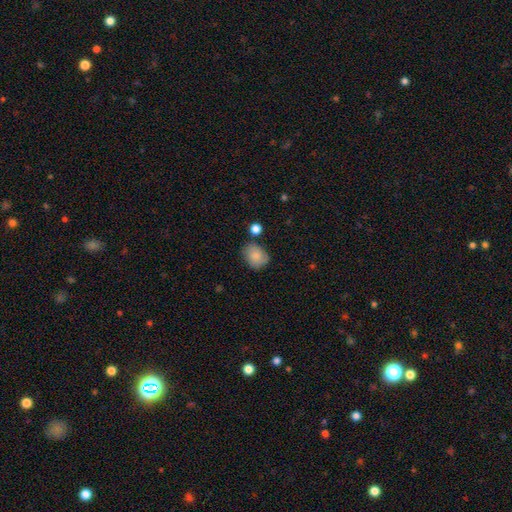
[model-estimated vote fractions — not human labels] smooth_or_featured: smooth (p=0.83) [alt: featured or disk p=0.09]
how_rounded: in between (p=0.56) [alt: round p=0.43]
merging: none (p=0.67) [alt: minor disturbance p=0.22]